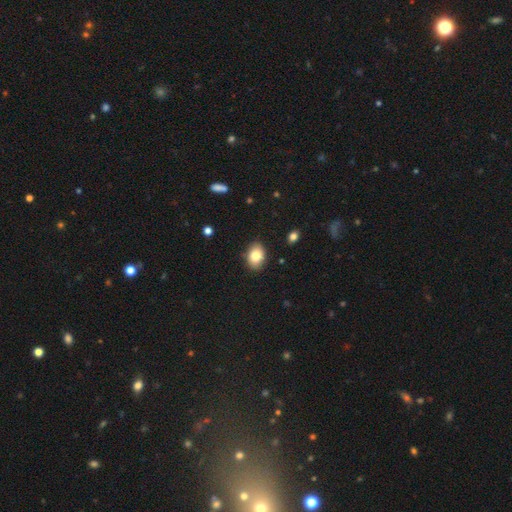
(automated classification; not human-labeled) smooth_or_featured: smooth (p=0.82) [alt: featured or disk p=0.09]
how_rounded: in between (p=0.75) [alt: round p=0.24]
merging: none (p=0.85) [alt: minor disturbance p=0.11]